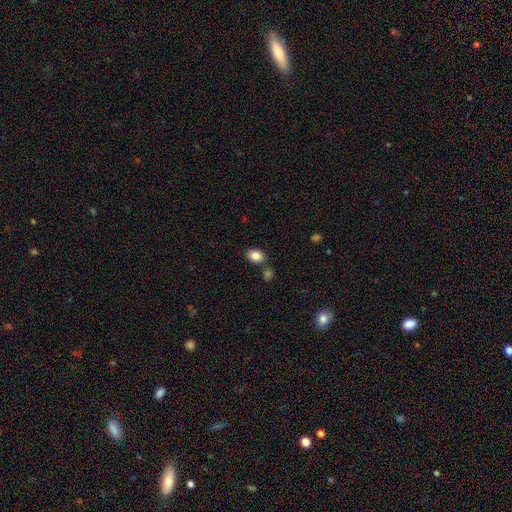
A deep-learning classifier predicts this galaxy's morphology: Overall: smooth (86%). How rounded: in between (81%). Merging: none (76%).